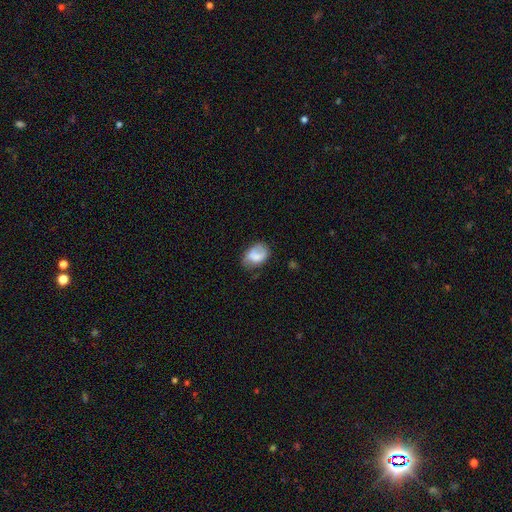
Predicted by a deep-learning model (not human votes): smooth 70%, featured or disk 22%, star or artifact 8%. Down the decision tree: how rounded — in between (76%); merging — none (51%).